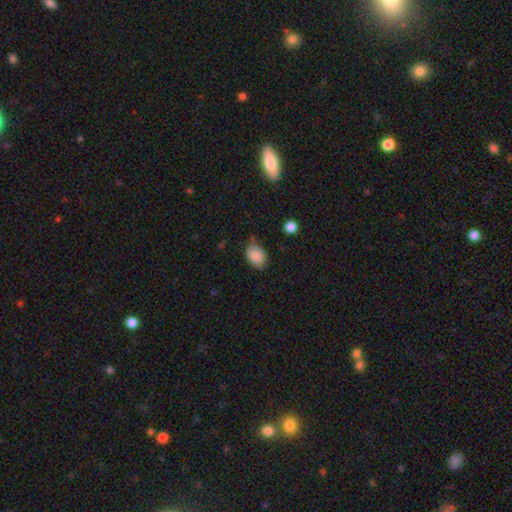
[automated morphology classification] smooth_or_featured: smooth (p=0.87) [alt: star or artifact p=0.08]
how_rounded: in between (p=0.77) [alt: round p=0.22]
merging: none (p=0.65) [alt: minor disturbance p=0.27]